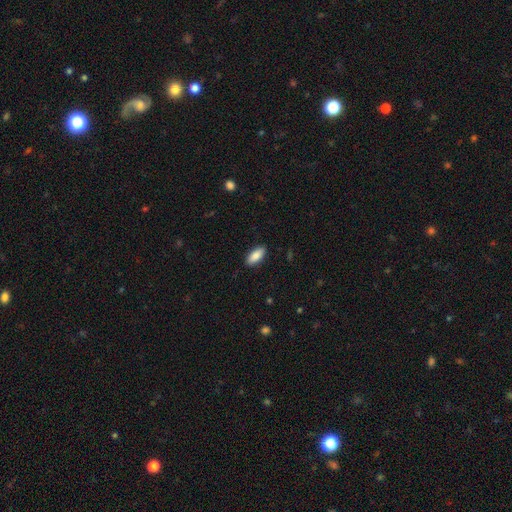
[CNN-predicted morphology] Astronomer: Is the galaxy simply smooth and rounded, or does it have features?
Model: smooth — 88%.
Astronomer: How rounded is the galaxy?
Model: in between — 85%.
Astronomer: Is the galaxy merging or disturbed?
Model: none — 89%.